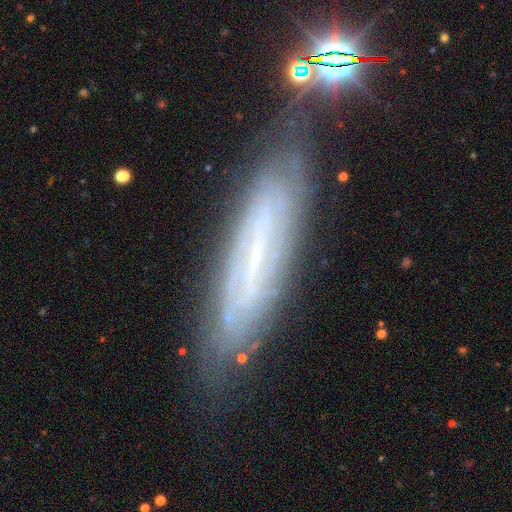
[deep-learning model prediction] A featured or disk galaxy (65%).

Vote fractions:
- Smooth or featured? featured or disk: 65% / smooth: 23% / star or artifact: 12%
- Edge-on disk? no: 53% / yes: 47%
- Merging? none: 75% / minor disturbance: 16% / major disturbance: 5% / merger: 3%